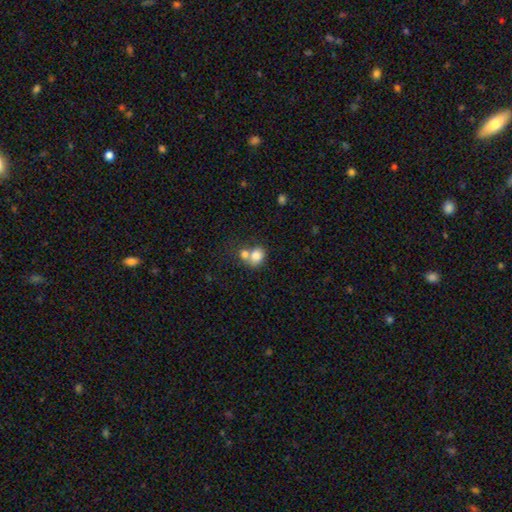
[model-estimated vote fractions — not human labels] A smooth galaxy with no disk features (79%) that is round (58%). Merging: merger (51%).